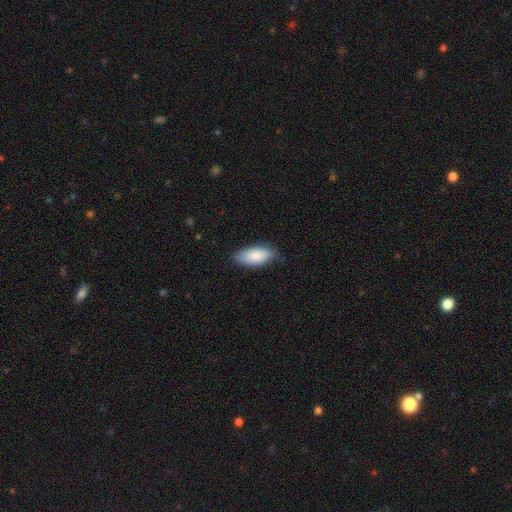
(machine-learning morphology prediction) Smooth or featured: smooth — 86% (featured or disk — 8%)
How rounded: in between — 87% (cigar-shaped — 11%)
Merging: none — 81% (minor disturbance — 16%)